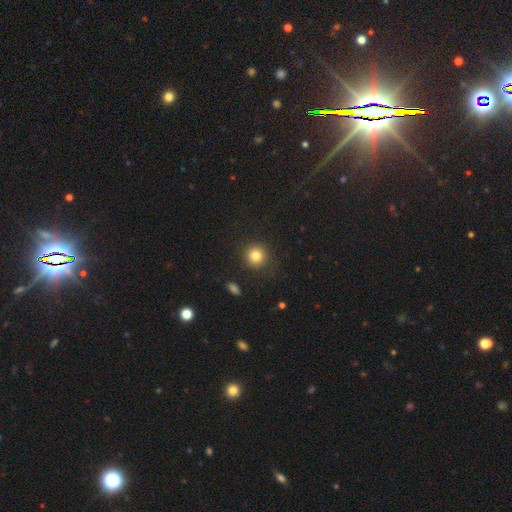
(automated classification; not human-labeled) Smooth or featured? Predicted: smooth (p=0.83). How rounded? Predicted: round (p=0.92). Merging? Predicted: none (p=0.87).